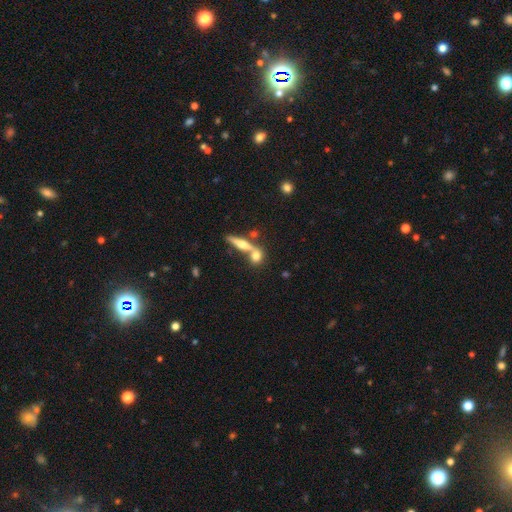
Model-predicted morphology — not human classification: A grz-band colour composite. It shows a smooth galaxy with no disk features (62%) that is round (42%). Merging: none (50%).